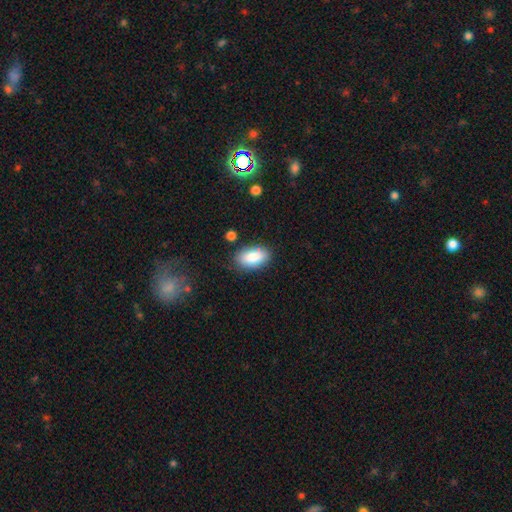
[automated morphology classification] The model was most divided on "merging": none: 81%, minor disturbance: 13%, major disturbance: 3%, merger: 3%. More confident: how rounded — in between (93%); smooth or featured — smooth (86%).